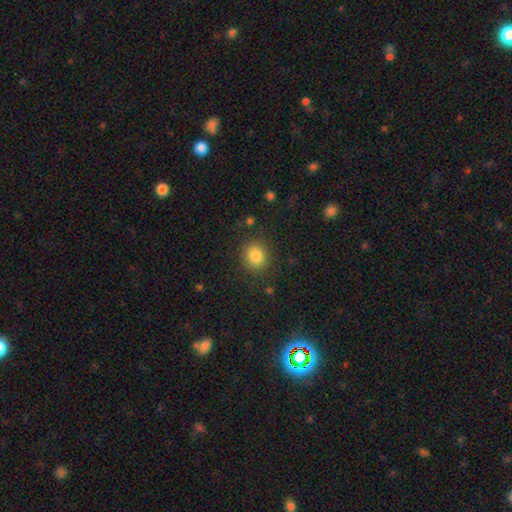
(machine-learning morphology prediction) The model was most divided on "how rounded": round: 78%, in between: 21%, cigar-shaped: 1%. More confident: merging — none (85%); smooth or featured — smooth (84%).